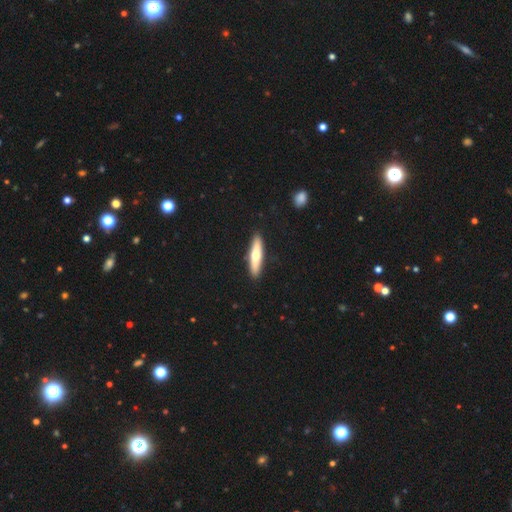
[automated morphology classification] The model was most divided on "smooth or featured": smooth: 57%, featured or disk: 38%, star or artifact: 5%. More confident: merging — none (90%); how rounded — cigar-shaped (81%).